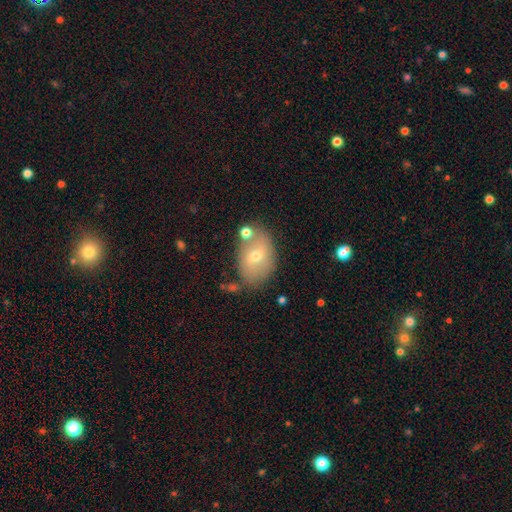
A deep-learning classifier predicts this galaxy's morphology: This appears to be a smooth galaxy with no disk features (56%) that is in between round and cigar-shaped (76%). Merging: none (69%).